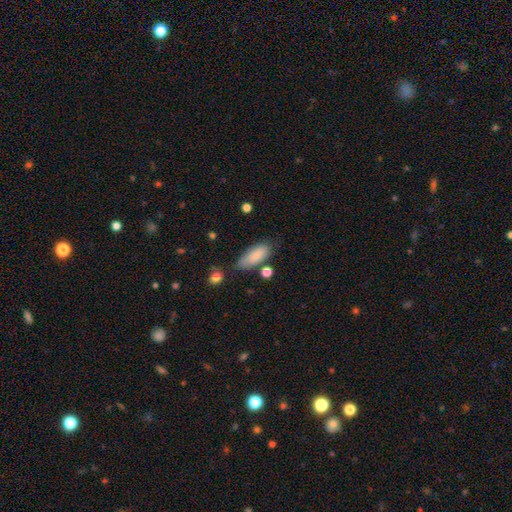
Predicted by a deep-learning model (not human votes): Smooth or featured: smooth — 85% (featured or disk — 8%)
How rounded: in between — 80% (cigar-shaped — 18%)
Merging: none — 69% (minor disturbance — 20%)